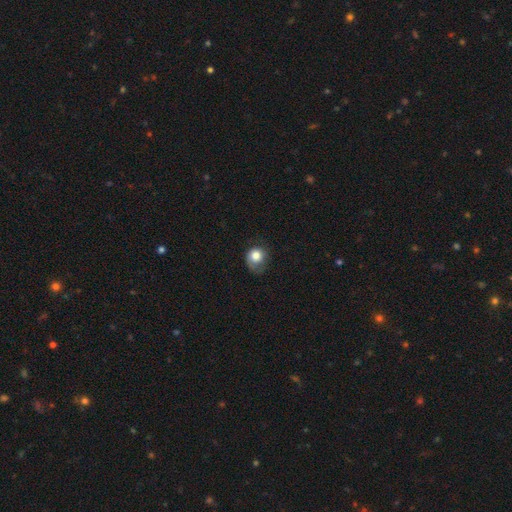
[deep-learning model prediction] smooth 77%, featured or disk 15%, star or artifact 8%. Down the decision tree: how rounded — round (72%); merging — none (46%).